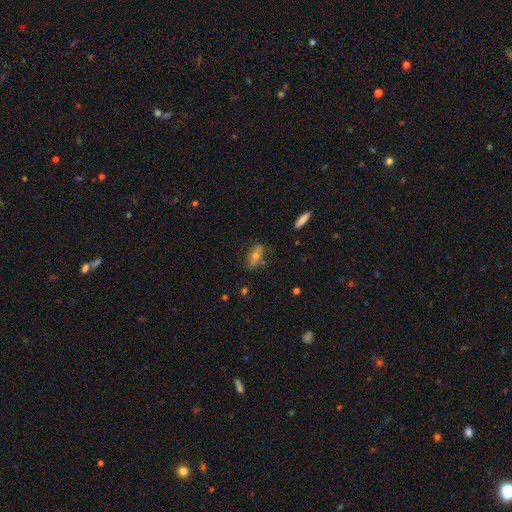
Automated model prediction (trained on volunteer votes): smooth-or-featured: featured or disk: 42% | smooth: 41% | star or artifact: 17%
  merging: none: 73% | minor disturbance: 17% | major disturbance: 6% | merger: 5%